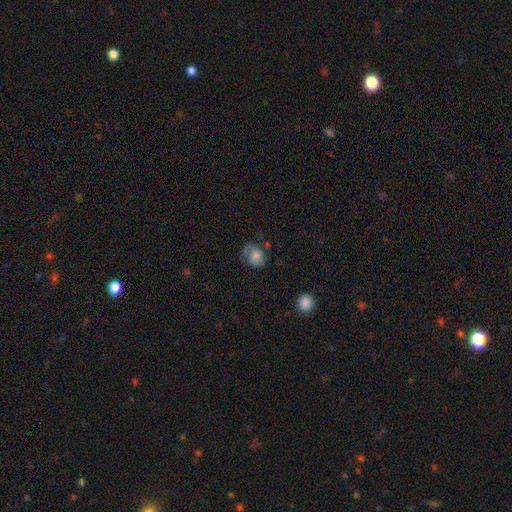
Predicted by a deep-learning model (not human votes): The model was most divided on "merging": none: 46%, minor disturbance: 27%, major disturbance: 22%, merger: 5%. More confident: smooth or featured — smooth (62%); how rounded — round (59%).